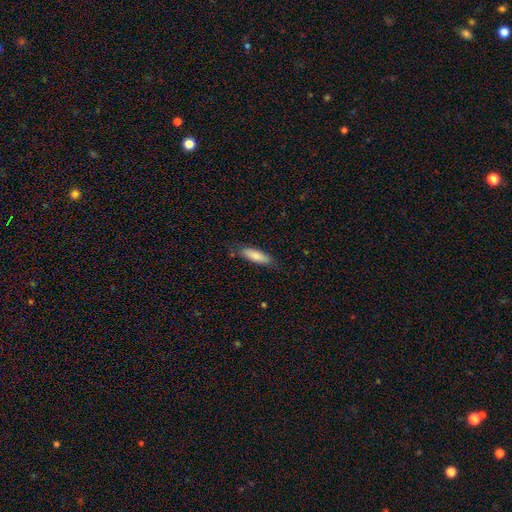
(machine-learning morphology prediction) Smooth or featured: smooth — 82% (featured or disk — 12%)
How rounded: cigar-shaped — 52% (in between — 46%)
Merging: none — 77% (minor disturbance — 17%)